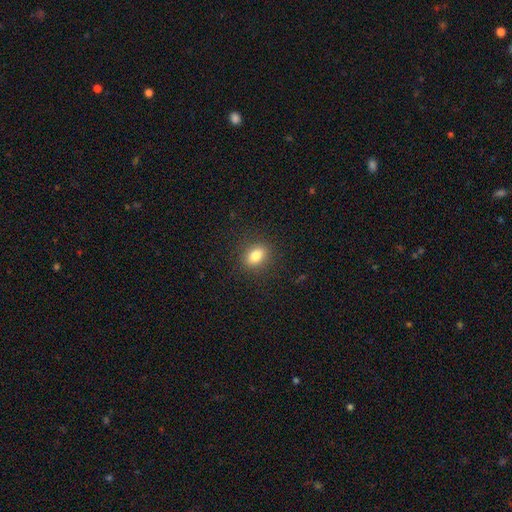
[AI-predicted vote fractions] smooth 82%, star or artifact 10%, featured or disk 7%. Down the decision tree: how rounded — in between (70%); merging — none (88%).